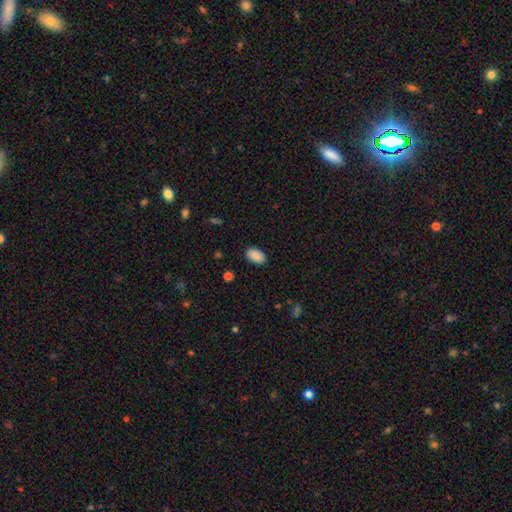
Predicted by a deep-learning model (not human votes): smooth 89%, star or artifact 7%, featured or disk 4%. Down the decision tree: how rounded — in between (94%); merging — none (88%).